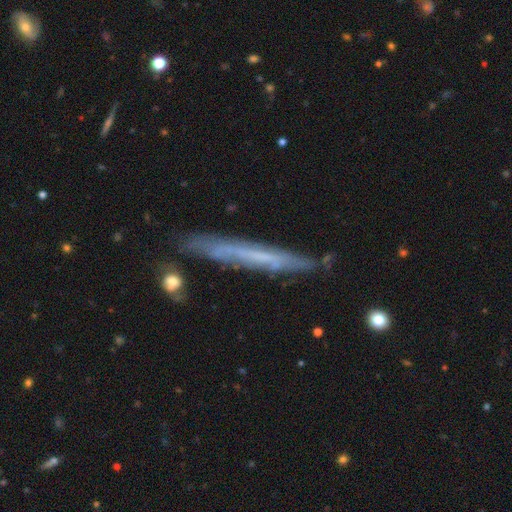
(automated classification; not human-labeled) Smooth or featured: featured or disk — 58% (smooth — 35%)
Edge-on disk: yes — 88% (no — 12%)
Edge-on bulge: none — 87% (rounded — 8%)
Merging: none — 81% (minor disturbance — 14%)